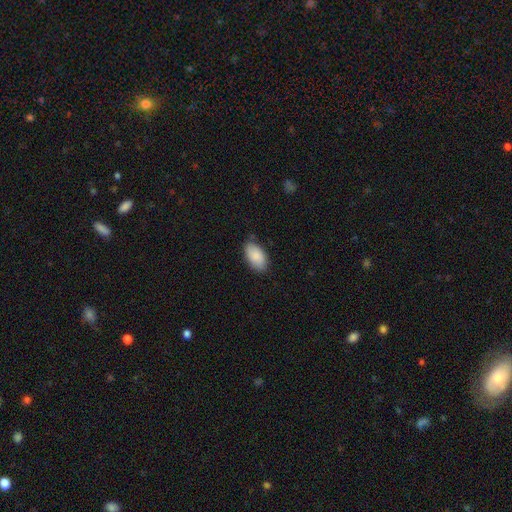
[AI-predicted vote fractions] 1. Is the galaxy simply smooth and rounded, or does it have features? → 88% smooth, 6% star or artifact, 6% featured or disk.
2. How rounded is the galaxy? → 95% in between, 3% round, 2% cigar-shaped.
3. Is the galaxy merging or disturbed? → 76% none, 19% minor disturbance, 3% major disturbance, 1% merger.